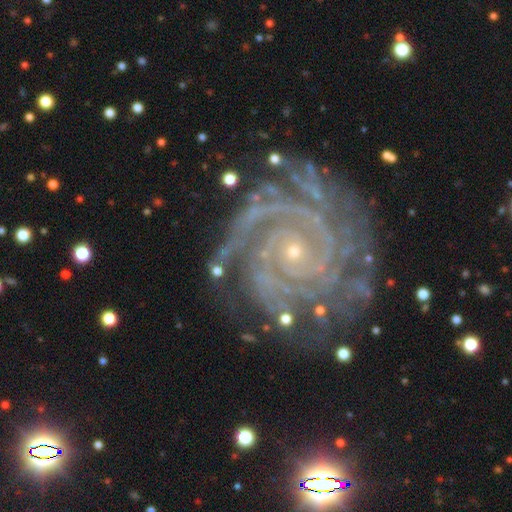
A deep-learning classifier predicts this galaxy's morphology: A featured or disk galaxy (93%) with no bar (77%), 2 (29%) tight (84%) spiral arms (99%) and a small central bulge (85%).

Vote fractions:
- Smooth or featured? featured or disk: 93% / star or artifact: 5% / smooth: 2%
- Edge-on disk? no: 98% / yes: 2%
- Bar? no: 77% / weak: 15% / strong: 8%
- Spiral arms? yes: 99% / no: 1%
- Spiral winding? tight: 84% / medium: 14% / loose: 2%
- Spiral arm count? 2: 29% / 3: 23% / 4: 16% / can't tell: 13% / more than 4: 11% / 1: 8%
- Bulge size? small: 85% / moderate: 12% / none: 1% / large: 1% / dominant: 1%
- Merging? none: 73% / minor disturbance: 18% / major disturbance: 7% / merger: 2%